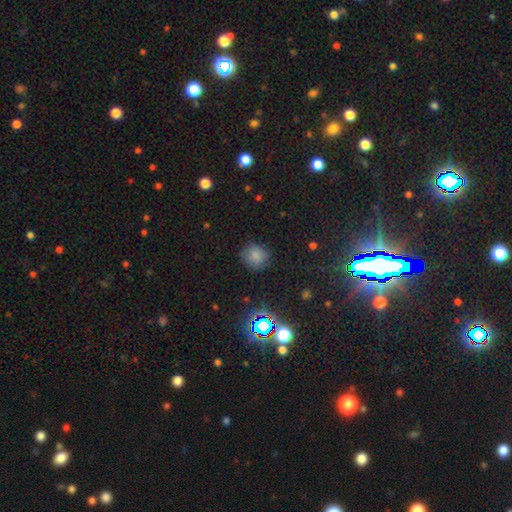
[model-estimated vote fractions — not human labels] smooth 74%, star or artifact 18%, featured or disk 8%. Down the decision tree: how rounded — round (85%); merging — none (79%).